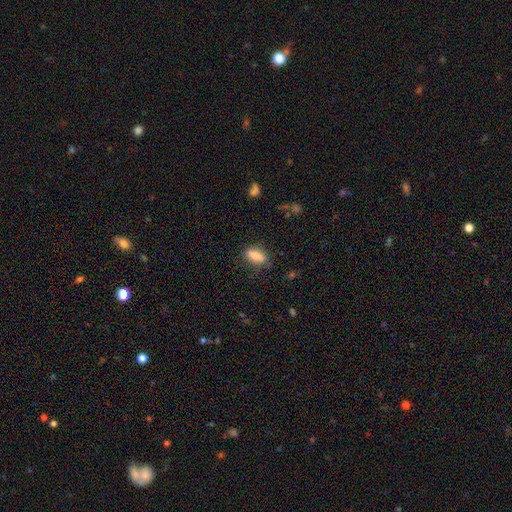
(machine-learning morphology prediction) This is clearly a smooth galaxy (81%). How rounded: likely in between (70%). Merging: likely none (78%).